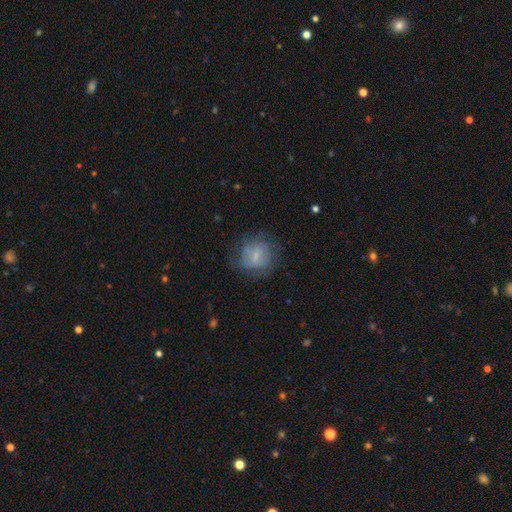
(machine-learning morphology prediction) This appears to be a smooth galaxy with no disk features (51%) that is round (80%). Merging: none (63%).